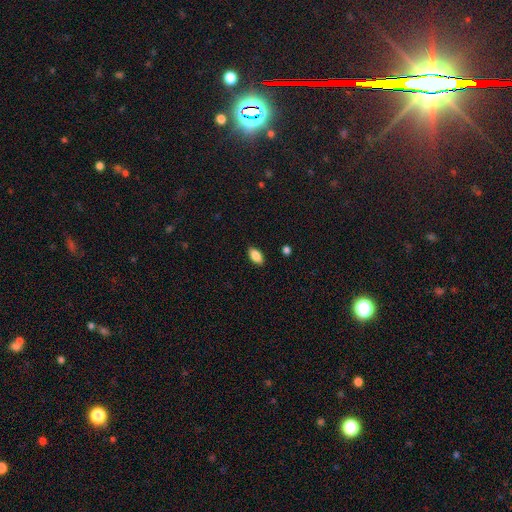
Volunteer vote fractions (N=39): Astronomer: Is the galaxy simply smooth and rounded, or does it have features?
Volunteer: smooth — 87%.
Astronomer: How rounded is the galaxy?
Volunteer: in between — 85%.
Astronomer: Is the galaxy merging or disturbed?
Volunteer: none — 87%.